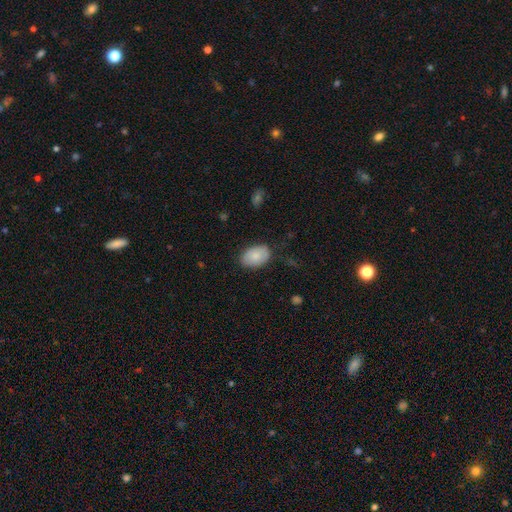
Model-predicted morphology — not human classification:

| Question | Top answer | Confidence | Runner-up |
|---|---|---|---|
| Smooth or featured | smooth | 84% | featured or disk (10%) |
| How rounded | in between | 87% | round (12%) |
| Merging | none | 80% | minor disturbance (16%) |